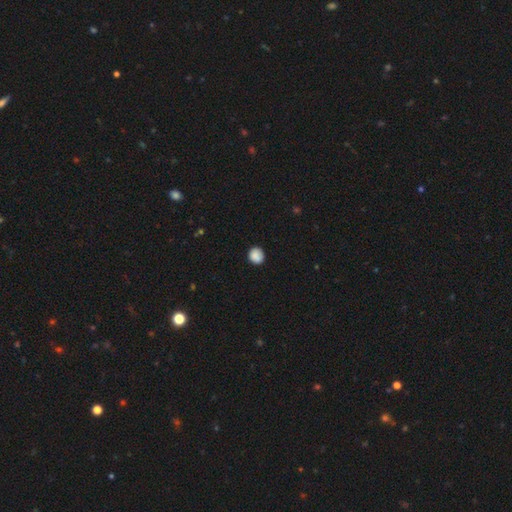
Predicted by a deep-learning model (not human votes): Smooth or featured?
  - smooth: 87% *
  - star or artifact: 8%
  - featured or disk: 4%
How rounded?
  - round: 82% *
  - in between: 17%
  - cigar-shaped: 1%
Merging?
  - none: 84% *
  - minor disturbance: 12%
  - major disturbance: 2%
  - merger: 1%